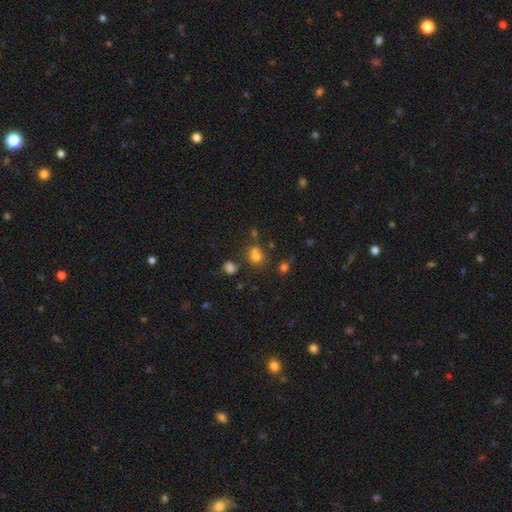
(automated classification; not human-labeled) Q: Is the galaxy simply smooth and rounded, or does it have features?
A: smooth — 70%.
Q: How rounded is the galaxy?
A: round — 67%.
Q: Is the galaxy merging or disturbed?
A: none — 56%.